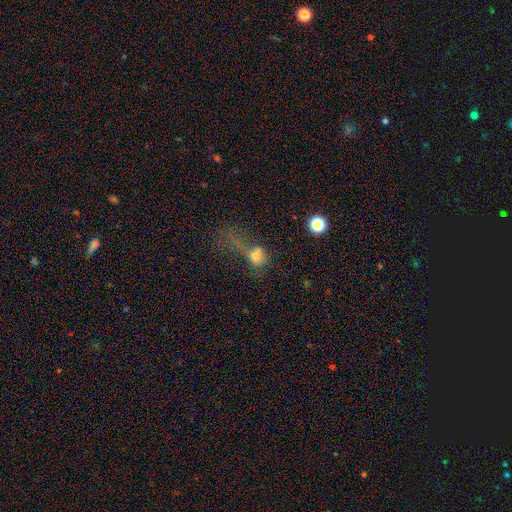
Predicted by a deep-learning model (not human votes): The model was most divided on "how rounded": in between: 53%, round: 43%, cigar-shaped: 4%. More confident: smooth or featured — smooth (62%); merging — major disturbance (55%).